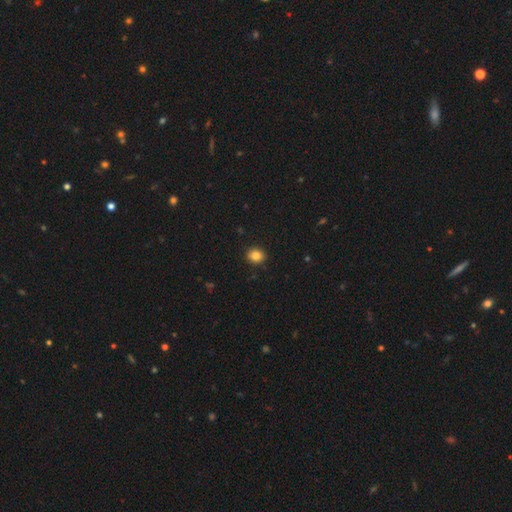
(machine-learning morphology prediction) Smooth or featured: smooth — 85% (star or artifact — 10%)
How rounded: round — 67% (in between — 32%)
Merging: none — 91% (minor disturbance — 6%)